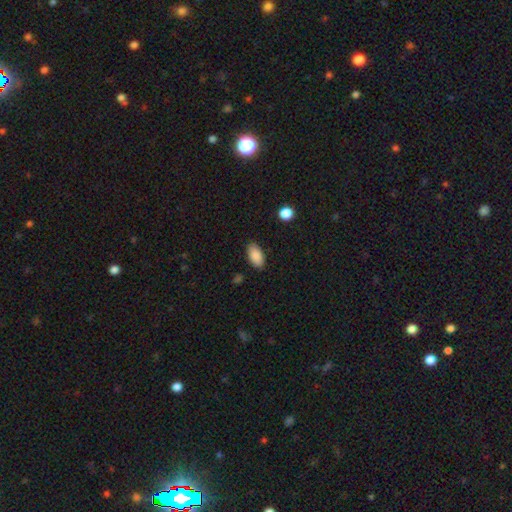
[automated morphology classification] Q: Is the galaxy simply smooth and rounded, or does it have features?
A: smooth — 89%.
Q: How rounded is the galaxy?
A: in between — 94%.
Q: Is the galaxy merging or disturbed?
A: none — 86%.